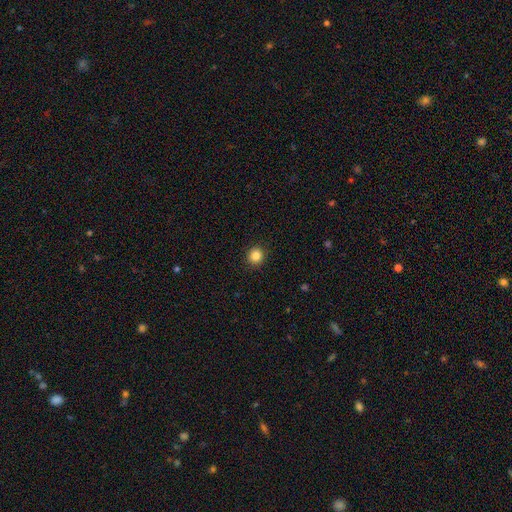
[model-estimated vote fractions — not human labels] Q: Smooth or featured?
A: smooth (85%); runner-up: star or artifact (11%)
Q: How rounded?
A: round (91%); runner-up: in between (8%)
Q: Merging?
A: none (92%); runner-up: minor disturbance (5%)